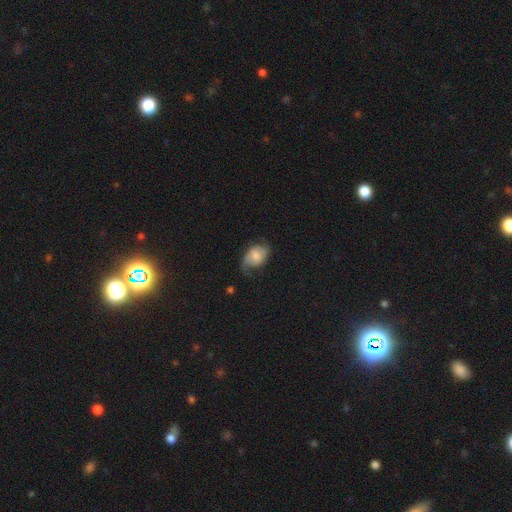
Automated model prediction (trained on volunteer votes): The model was most divided on "merging": none: 45%, minor disturbance: 32%, major disturbance: 21%, merger: 2%. More confident: how rounded — in between (79%); smooth or featured — smooth (54%).